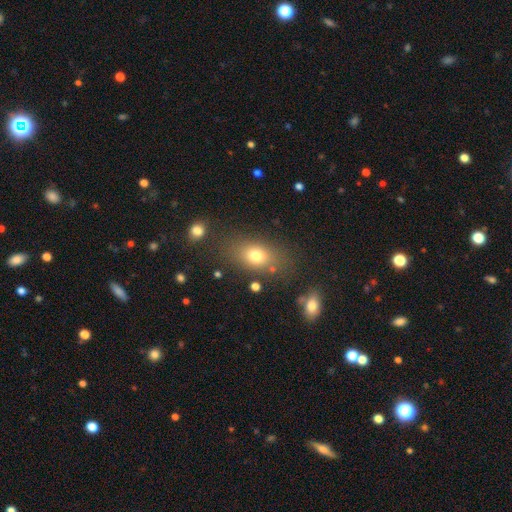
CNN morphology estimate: Overall: smooth (75%). How rounded: in between (73%). Merging: none (74%).